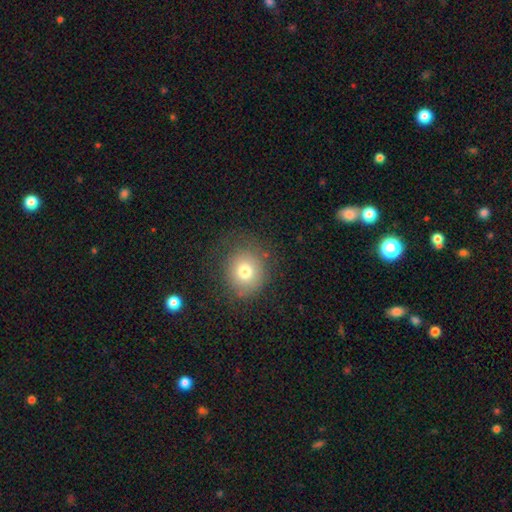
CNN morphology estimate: This appears to be a smooth galaxy with no disk features (63%) that is round (84%). Merging: none (89%).